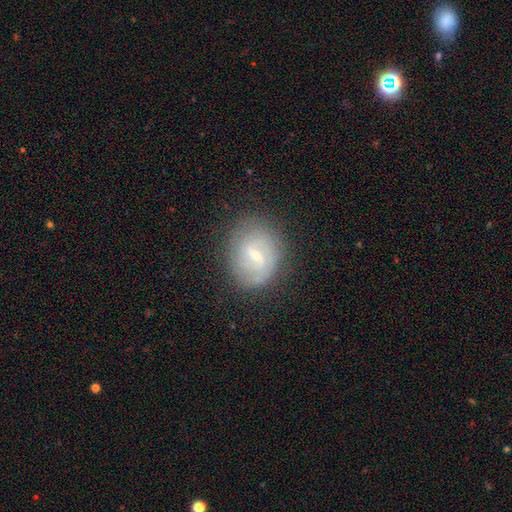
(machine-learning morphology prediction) Smooth or featured? featured or disk (67%)
Edge-on disk? no (96%)
Bar? weak (61%)
Spiral arms? yes (82%)
Spiral winding? tight (45%)
Spiral arm count? 2 (54%)
Bulge size? small (64%)
Merging? none (76%)